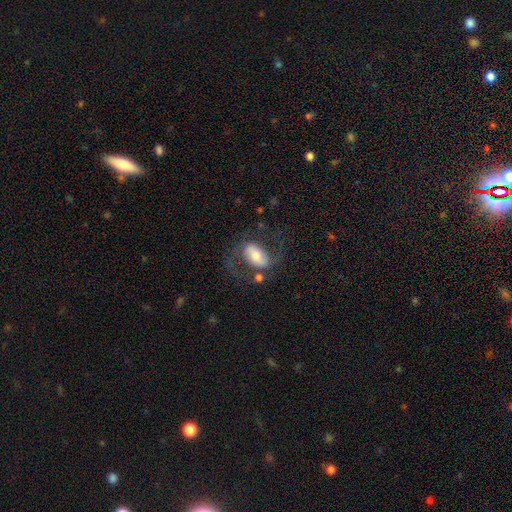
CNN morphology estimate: Q: Smooth or featured?
A: featured or disk (56%); runner-up: smooth (36%)
Q: Edge-on disk?
A: no (94%); runner-up: yes (6%)
Q: Bar?
A: weak (36%); runner-up: strong (35%)
Q: Spiral arms?
A: yes (78%); runner-up: no (22%)
Q: Bulge size?
A: moderate (59%); runner-up: small (21%)
Q: Merging?
A: none (55%); runner-up: major disturbance (20%)